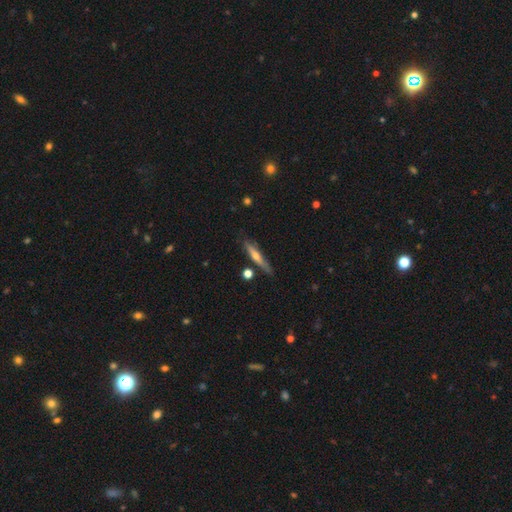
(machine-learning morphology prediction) The model was most divided on "smooth or featured": featured or disk: 55%, smooth: 38%, star or artifact: 7%. More confident: edge-on disk — yes (93%); merging — none (79%); edge-on bulge — rounded (78%).